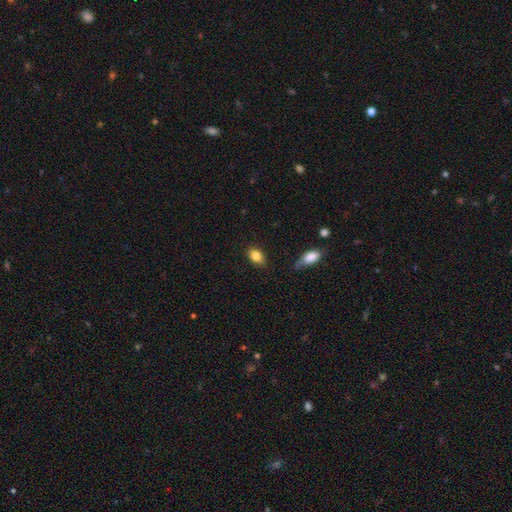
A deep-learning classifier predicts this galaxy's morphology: Smooth or featured? smooth (83%)
How rounded? in between (79%)
Merging? none (76%)